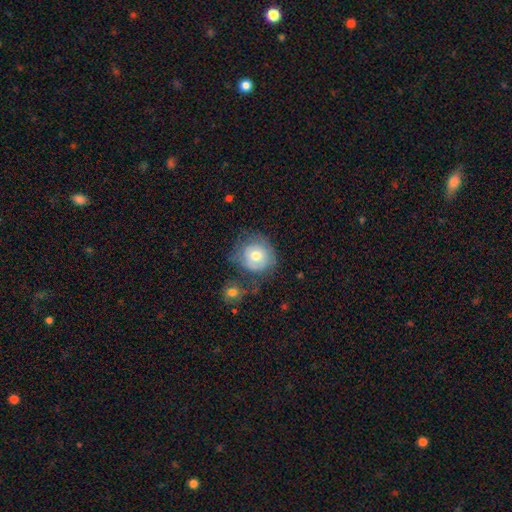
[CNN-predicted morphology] smooth_or_featured: smooth (p=0.65) [alt: featured or disk p=0.27]
how_rounded: round (p=0.86) [alt: in between p=0.13]
merging: none (p=0.52) [alt: minor disturbance p=0.24]